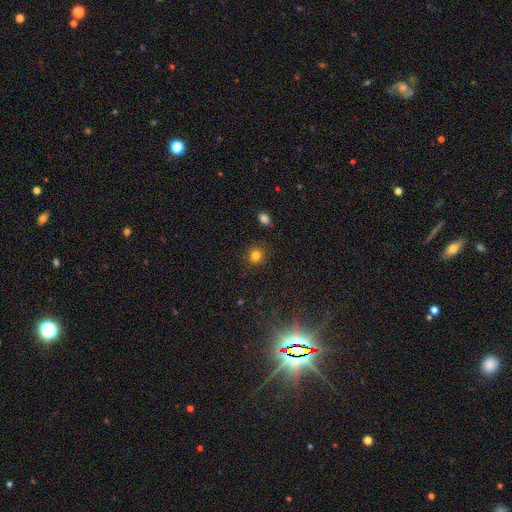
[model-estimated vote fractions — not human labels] This appears to be a smooth galaxy with no disk features (81%) that is round (83%). Merging: none (87%).